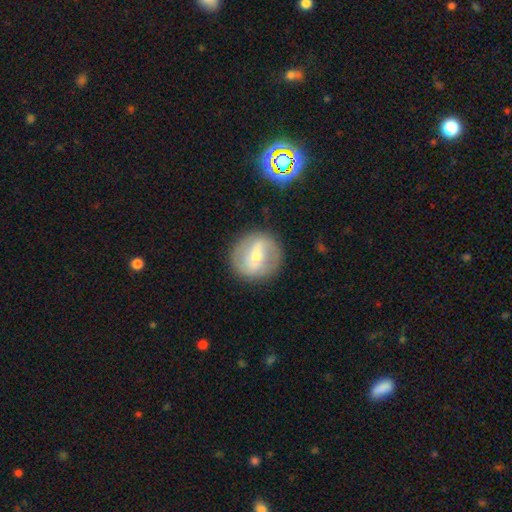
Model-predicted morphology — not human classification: A featured or disk galaxy (65%) with a strong bar (48%), spiral arms (72%) and a small central bulge (57%). Merging: none (84%).